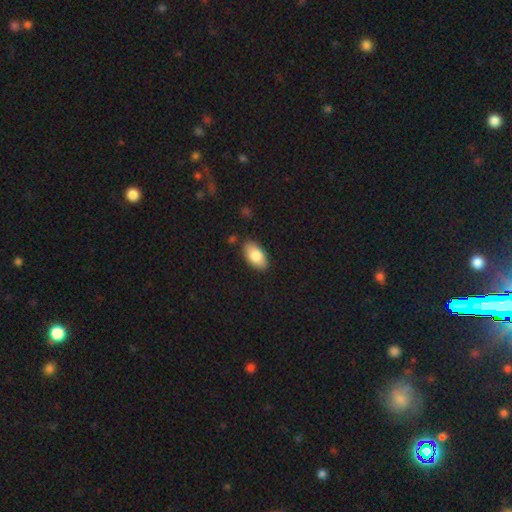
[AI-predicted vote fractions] The model was most divided on "smooth or featured": smooth: 83%, featured or disk: 11%, star or artifact: 6%. More confident: how rounded — in between (94%); merging — none (85%).